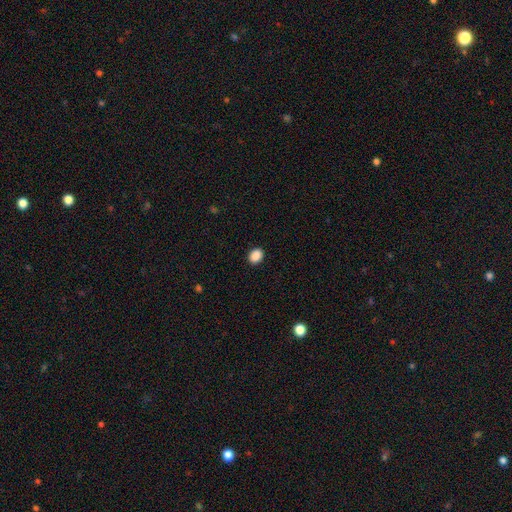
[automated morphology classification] This appears to be a smooth galaxy with no disk features (89%) that is in between round and cigar-shaped (55%). Merging: none (91%).